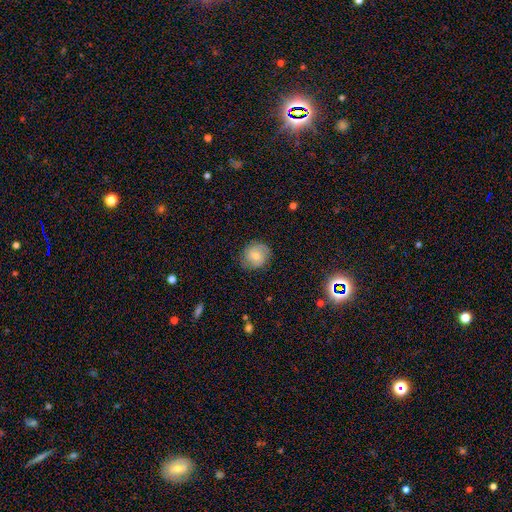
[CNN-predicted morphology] Smooth or featured? smooth (64%)
How rounded? round (85%)
Merging? none (78%)